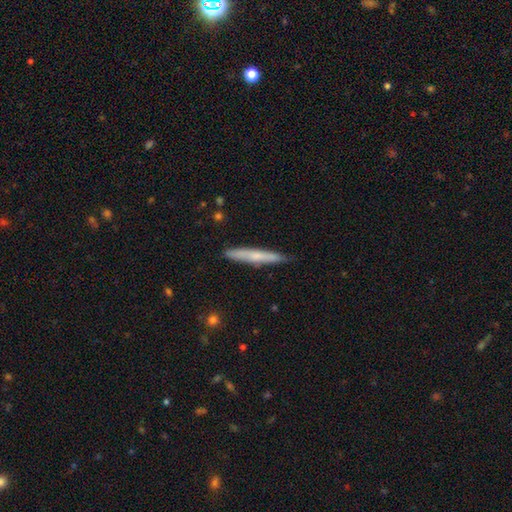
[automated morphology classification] This is possibly a smooth galaxy (57%). How rounded: clearly cigar-shaped (95%). Merging: clearly none (87%).